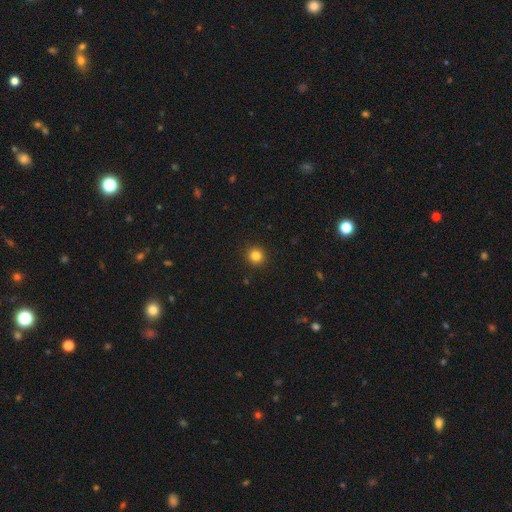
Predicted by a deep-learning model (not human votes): This appears to be a smooth galaxy with no disk features (83%) that is round (93%). Merging: none (92%).